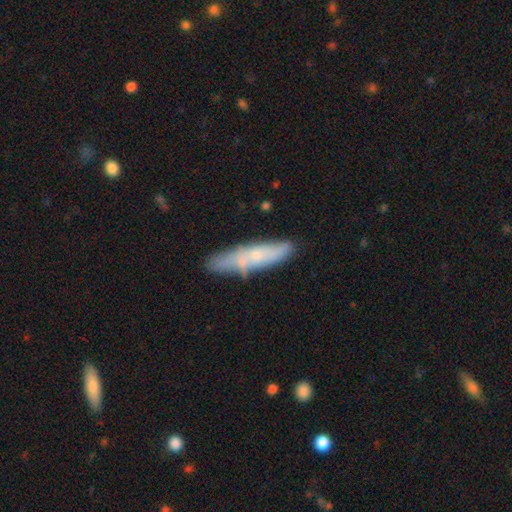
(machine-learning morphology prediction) This is possibly a smooth galaxy (54%). How rounded: likely cigar-shaped (79%). Merging: likely none (69%).